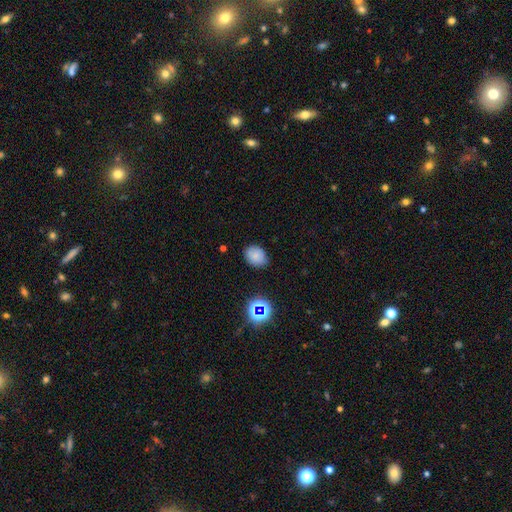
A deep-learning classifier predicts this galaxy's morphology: smooth_or_featured: smooth (p=0.78) [alt: star or artifact p=0.14]
how_rounded: in between (p=0.61) [alt: round p=0.38]
merging: none (p=0.79) [alt: minor disturbance p=0.16]